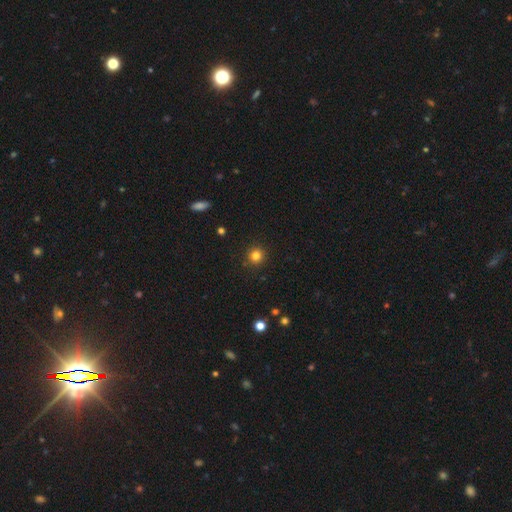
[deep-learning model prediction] smooth 82%, star or artifact 13%, featured or disk 5%. Down the decision tree: how rounded — round (94%); merging — none (91%).